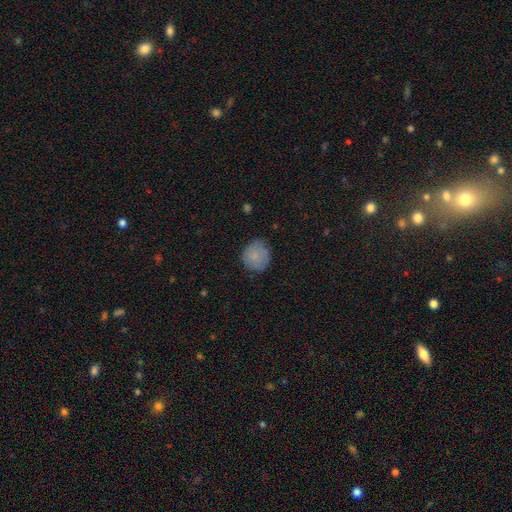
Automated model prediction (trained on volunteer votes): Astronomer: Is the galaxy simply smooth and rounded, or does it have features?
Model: smooth — 80%.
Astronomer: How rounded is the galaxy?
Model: round — 87%.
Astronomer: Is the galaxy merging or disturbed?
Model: none — 71%.